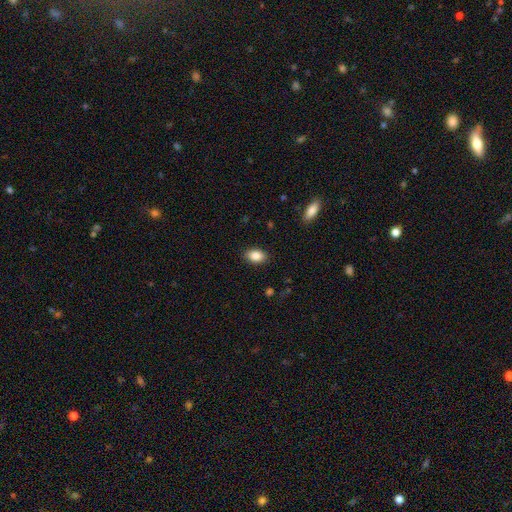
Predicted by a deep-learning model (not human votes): Overall: smooth (87%). How rounded: in between (87%). Merging: none (87%).